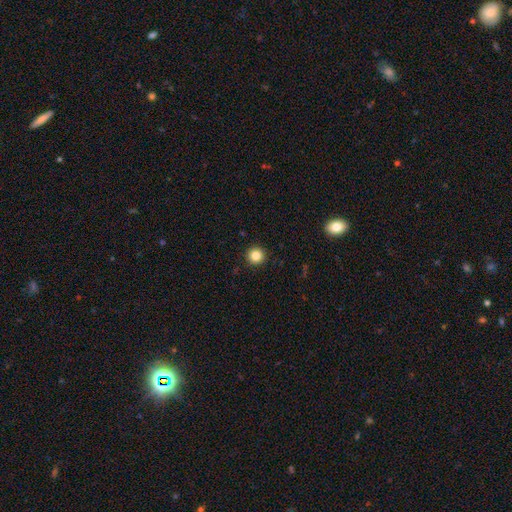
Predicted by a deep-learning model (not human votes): A smooth galaxy with no disk features (84%) that is round (96%). Merging: none (93%).